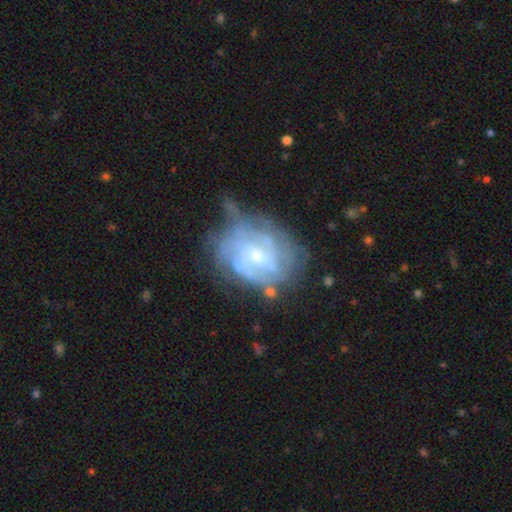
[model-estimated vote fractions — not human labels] smooth-or-featured: featured or disk: 77% | smooth: 16% | star or artifact: 7%
  disk-edge-on: no: 97% | yes: 3%
    bar: no: 63% | weak: 32% | strong: 5%
    has-spiral-arms: yes: 80% | no: 20%
      spiral-winding: tight: 60% | medium: 30% | loose: 10%
      spiral-arm-count: can't tell: 54% | 2: 14% | 3: 12% | 4: 11% | more than 4: 5% | 1: 4%
    bulge-size: small: 54% | moderate: 38% | none: 5% | large: 3% | dominant: 1%
  merging: none: 49% | minor disturbance: 28% | major disturbance: 19% | merger: 5%